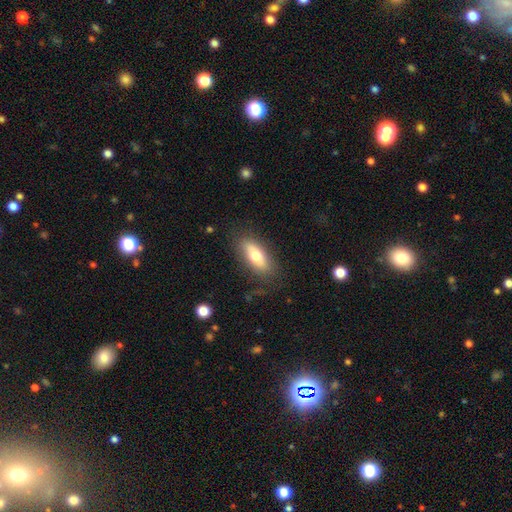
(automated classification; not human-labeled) This is likely a smooth galaxy (66%). How rounded: likely in between (76%). Merging: clearly none (81%).